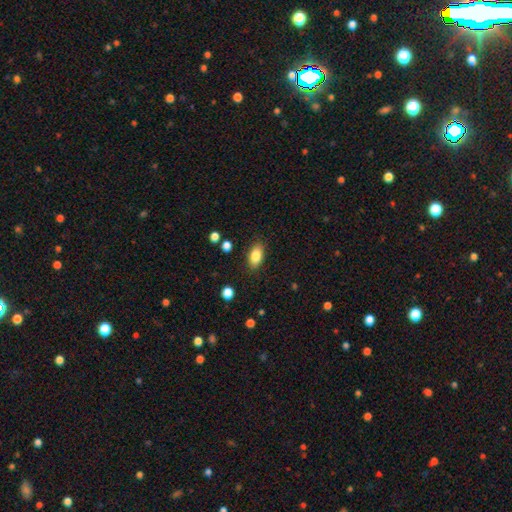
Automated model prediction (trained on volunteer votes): Smooth or featured?
  - smooth: 84% *
  - featured or disk: 8%
  - star or artifact: 8%
How rounded?
  - in between: 89% *
  - round: 6%
  - cigar-shaped: 5%
Merging?
  - none: 86% *
  - minor disturbance: 10%
  - major disturbance: 3%
  - merger: 1%